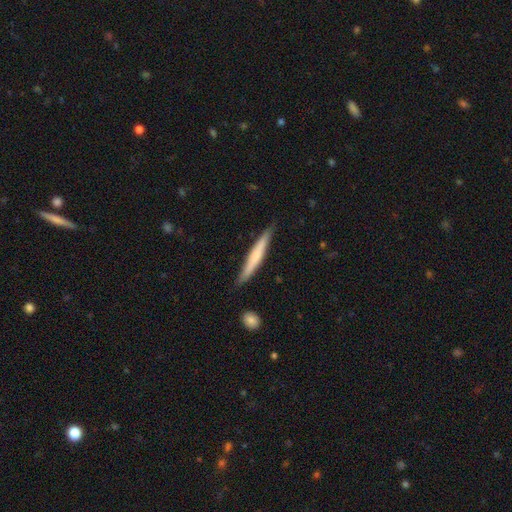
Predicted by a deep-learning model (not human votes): This appears to be a smooth galaxy with no disk features (53%) that is cigar-shaped (95%). Merging: none (86%).